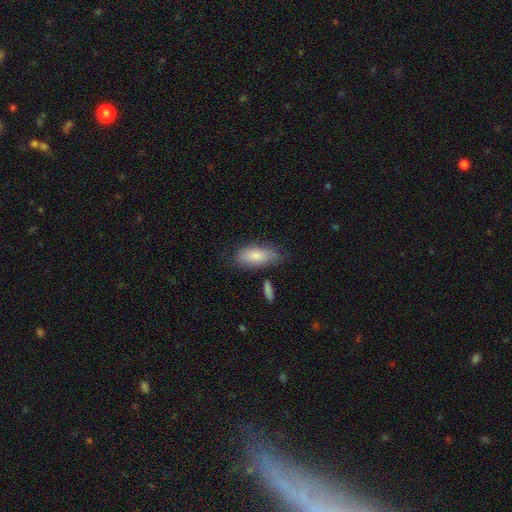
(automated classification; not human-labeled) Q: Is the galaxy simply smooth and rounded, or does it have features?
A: smooth — 80%.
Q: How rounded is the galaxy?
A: in between — 87%.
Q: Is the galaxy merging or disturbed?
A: none — 67%.